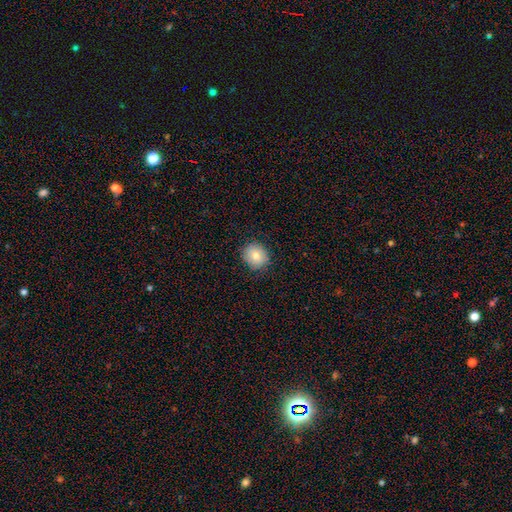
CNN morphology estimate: The model was most divided on "how rounded": round: 80%, in between: 19%, cigar-shaped: 1%. More confident: merging — none (88%); smooth or featured — smooth (79%).